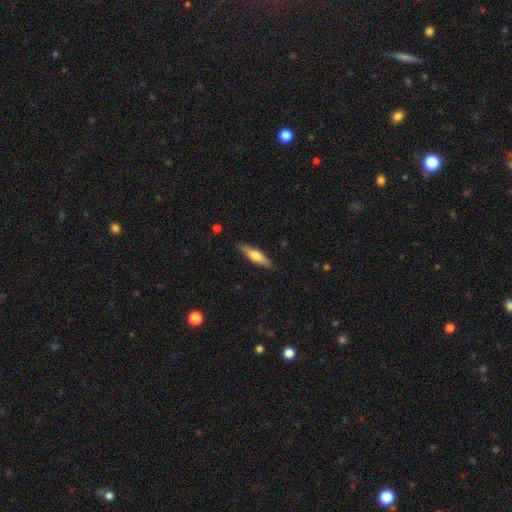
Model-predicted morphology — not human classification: The model was most divided on "smooth or featured": smooth: 48%, featured or disk: 46%, star or artifact: 6%. More confident: merging — none (87%).